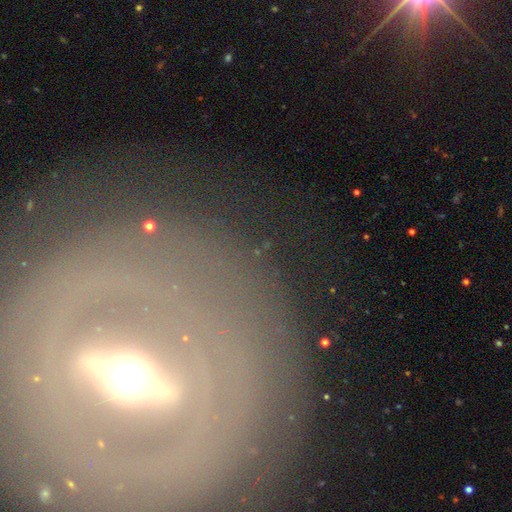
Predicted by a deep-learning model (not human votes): A featured or disk galaxy (80%) with a strong bar (66%), no spiral arms (59%) and a moderate central bulge (69%).

Vote fractions:
- Smooth or featured? featured or disk: 80% / smooth: 10% / star or artifact: 10%
- Edge-on disk? no: 67% / yes: 33%
- Bar? strong: 66% / weak: 20% / no: 14%
- Spiral arms? no: 59% / yes: 41%
- Bulge size? moderate: 69% / small: 14% / large: 13% / dominant: 3% / none: 1%
- Merging? none: 80% / minor disturbance: 10% / major disturbance: 7% / merger: 2%